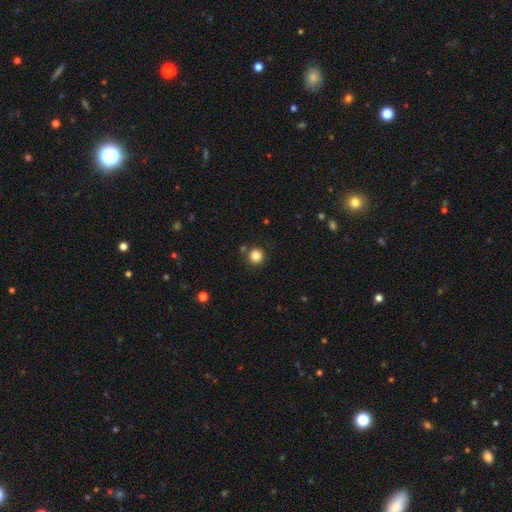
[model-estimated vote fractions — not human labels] smooth_or_featured: smooth (p=0.84) [alt: star or artifact p=0.11]
how_rounded: round (p=0.92) [alt: in between p=0.07]
merging: none (p=0.83) [alt: minor disturbance p=0.08]